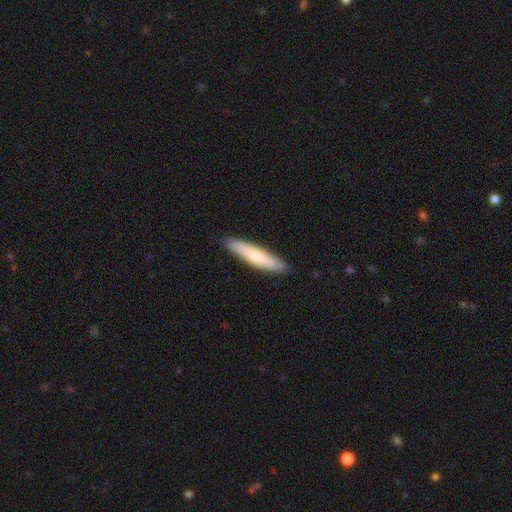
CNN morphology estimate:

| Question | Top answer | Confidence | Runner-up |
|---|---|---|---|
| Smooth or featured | smooth | 73% | featured or disk (22%) |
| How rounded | cigar-shaped | 88% | in between (11%) |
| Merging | none | 89% | minor disturbance (8%) |